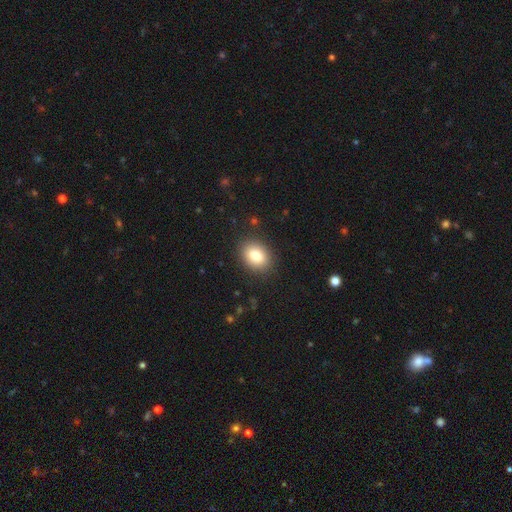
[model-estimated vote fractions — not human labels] Smooth or featured? Predicted: smooth (p=0.81). How rounded? Predicted: in between (p=0.61). Merging? Predicted: none (p=0.88).